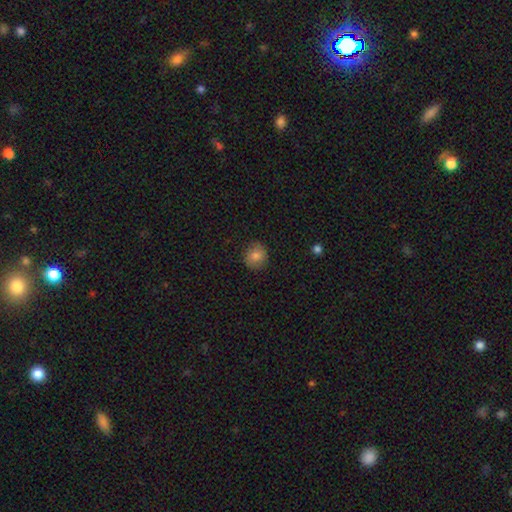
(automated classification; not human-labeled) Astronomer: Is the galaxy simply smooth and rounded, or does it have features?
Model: smooth — 81%.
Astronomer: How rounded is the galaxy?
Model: round — 85%.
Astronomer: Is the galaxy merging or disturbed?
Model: none — 85%.